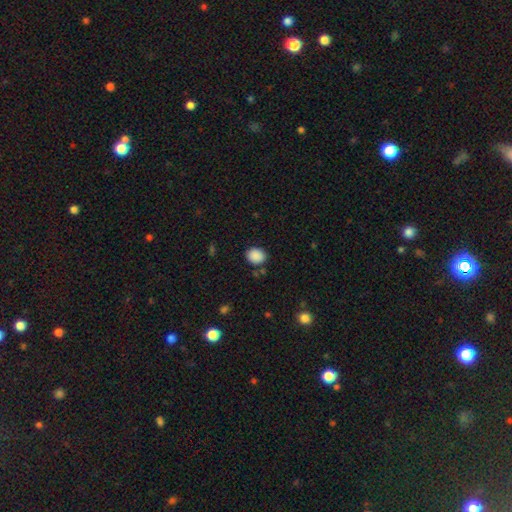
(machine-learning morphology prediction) This appears to be a smooth galaxy with no disk features (89%) that is round (63%). Merging: none (83%).